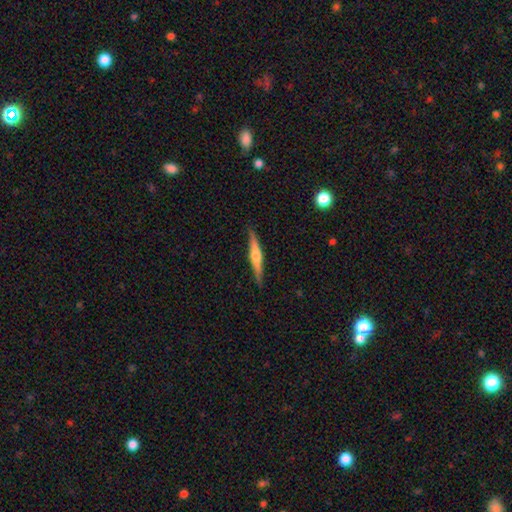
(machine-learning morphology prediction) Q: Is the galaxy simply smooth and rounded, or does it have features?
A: featured or disk — 62%.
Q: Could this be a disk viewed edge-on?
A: yes — 97%.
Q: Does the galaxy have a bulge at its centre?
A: rounded — 78%.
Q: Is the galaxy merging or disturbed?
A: none — 87%.